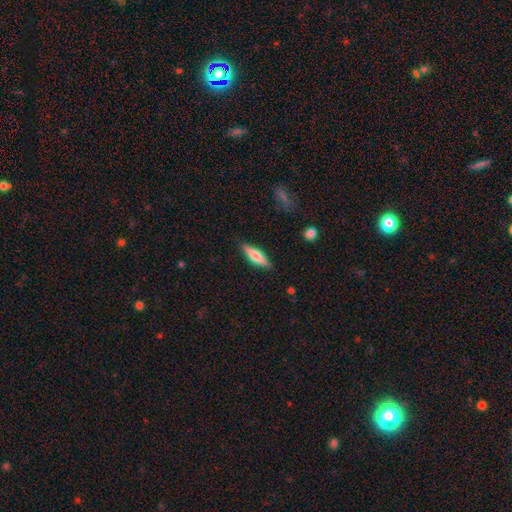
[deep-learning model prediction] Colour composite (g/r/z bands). It shows a smooth galaxy with no disk features (56%) that is cigar-shaped (67%). Merging: none (87%).